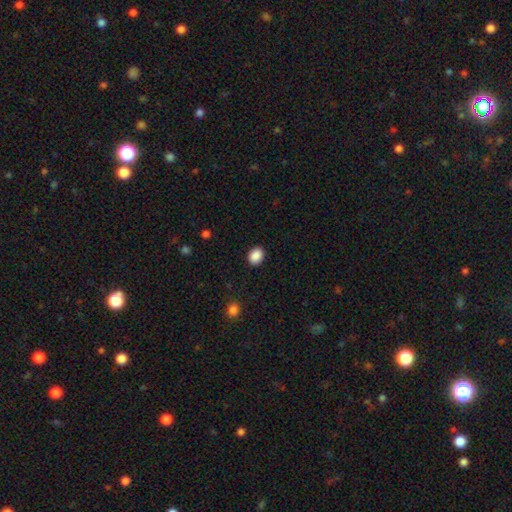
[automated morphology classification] type=smooth (89%); roundness=in between (56%); merging=none (90%).